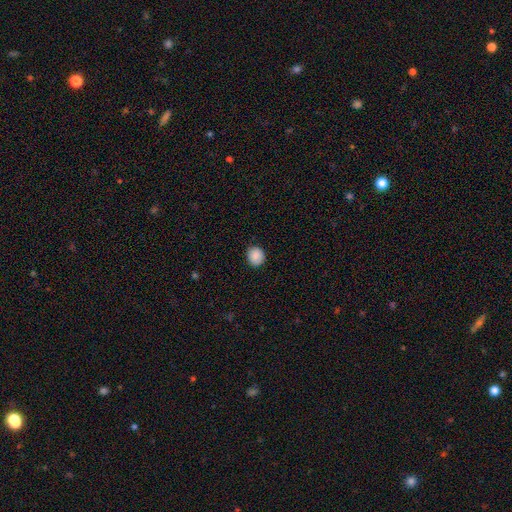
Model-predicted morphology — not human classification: Overall: smooth (88%). How rounded: round (77%). Merging: none (87%).